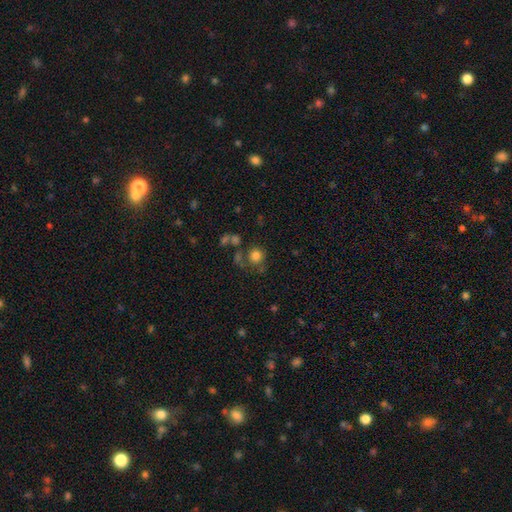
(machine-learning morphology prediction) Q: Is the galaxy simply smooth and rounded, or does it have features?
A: smooth — 78%.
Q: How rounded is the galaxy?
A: round — 90%.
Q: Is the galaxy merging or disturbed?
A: none — 67%.